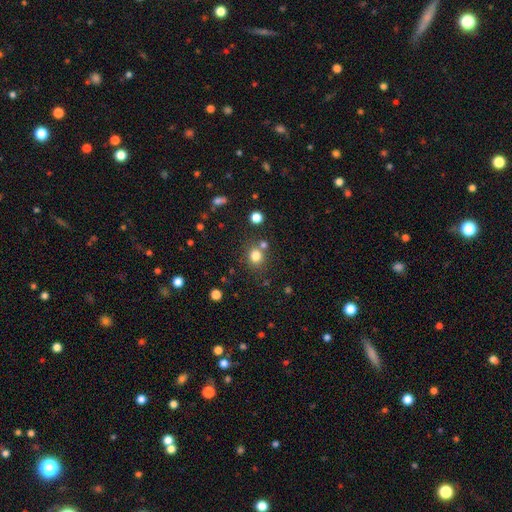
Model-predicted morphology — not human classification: Smooth or featured? smooth (79%)
How rounded? round (80%)
Merging? none (70%)